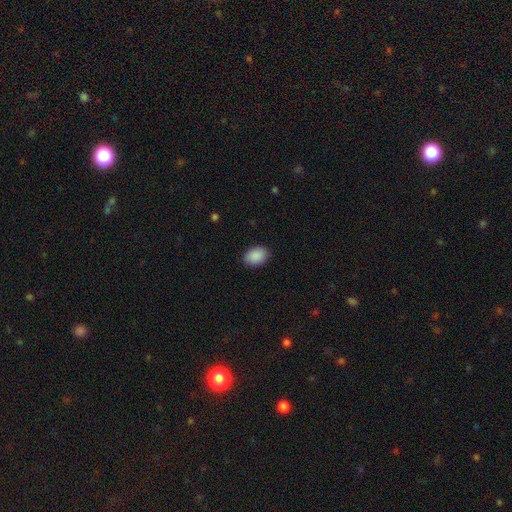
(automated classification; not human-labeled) A smooth galaxy with no disk features (90%) that is in between round and cigar-shaped (80%). Merging: none (88%).